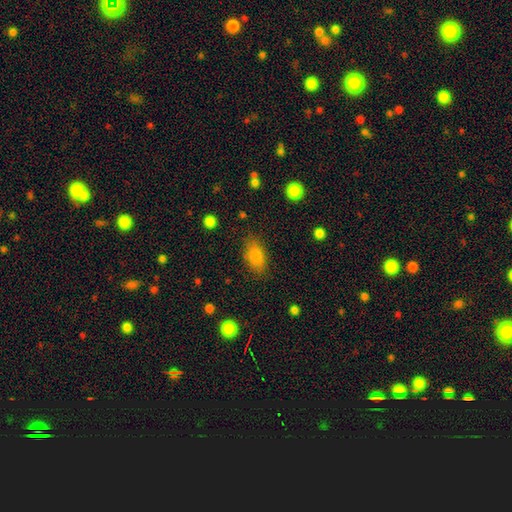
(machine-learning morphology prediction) Smooth or featured? Predicted: smooth (p=0.83). How rounded? Predicted: in between (p=0.88). Merging? Predicted: none (p=0.83).